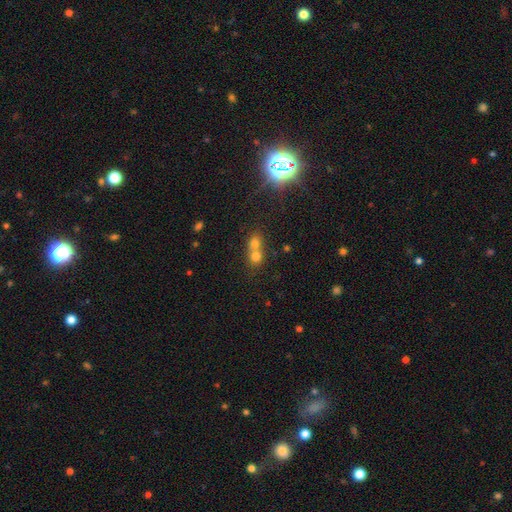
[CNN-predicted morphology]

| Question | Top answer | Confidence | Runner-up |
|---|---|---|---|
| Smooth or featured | smooth | 68% | star or artifact (17%) |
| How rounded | round | 77% | in between (21%) |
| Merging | merger | 65% | none (28%) |